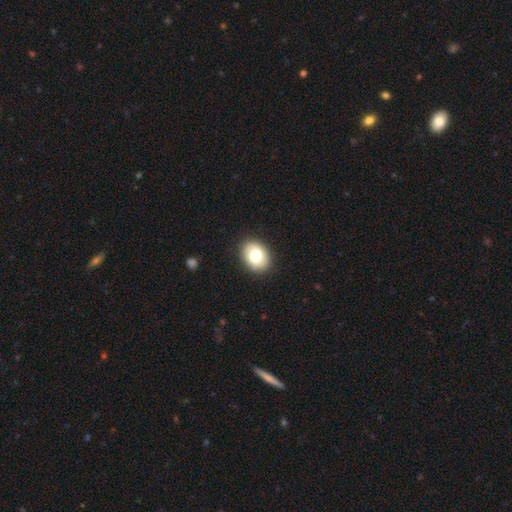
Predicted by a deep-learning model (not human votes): Smooth or featured? smooth (81%)
How rounded? in between (69%)
Merging? none (89%)